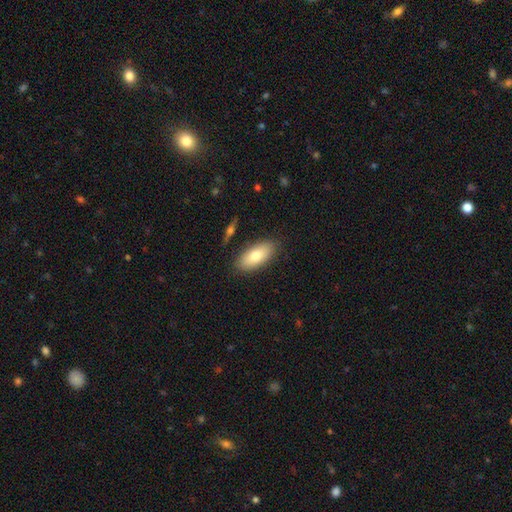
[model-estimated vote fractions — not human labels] Q: Smooth or featured?
A: smooth (76%); runner-up: featured or disk (17%)
Q: How rounded?
A: in between (87%); runner-up: cigar-shaped (10%)
Q: Merging?
A: none (85%); runner-up: minor disturbance (10%)